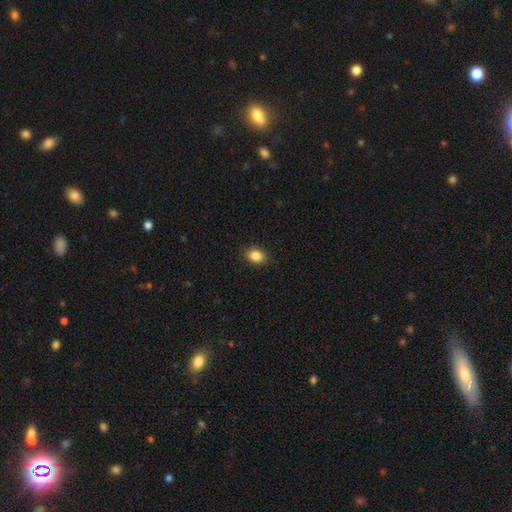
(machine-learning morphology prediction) smooth-or-featured: smooth: 85% | star or artifact: 10% | featured or disk: 5%
  how-rounded: in between: 50% | round: 49% | cigar-shaped: 1%
  merging: none: 89% | minor disturbance: 8% | major disturbance: 2% | merger: 1%